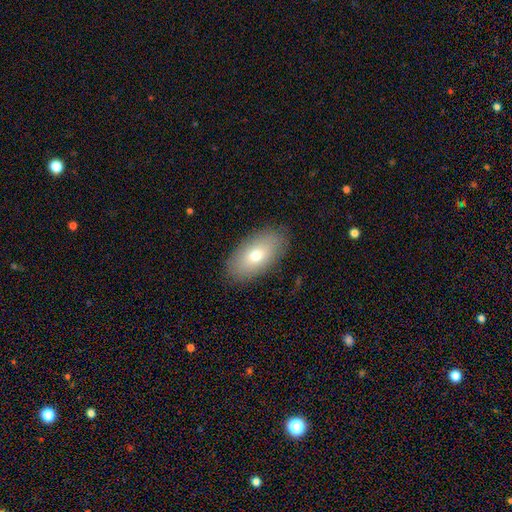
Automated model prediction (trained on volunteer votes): Smooth or featured?
  - smooth: 72% *
  - featured or disk: 20%
  - star or artifact: 8%
How rounded?
  - in between: 92% *
  - round: 4%
  - cigar-shaped: 4%
Merging?
  - none: 86% *
  - minor disturbance: 10%
  - major disturbance: 3%
  - merger: 1%